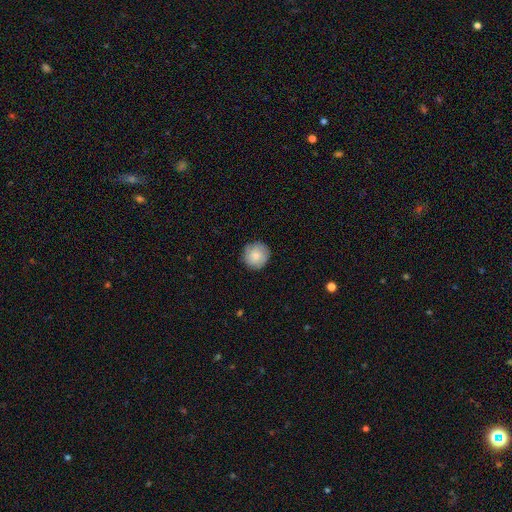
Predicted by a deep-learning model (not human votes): Smooth or featured: smooth — 78% (featured or disk — 15%)
How rounded: round — 94% (in between — 5%)
Merging: none — 85% (minor disturbance — 12%)